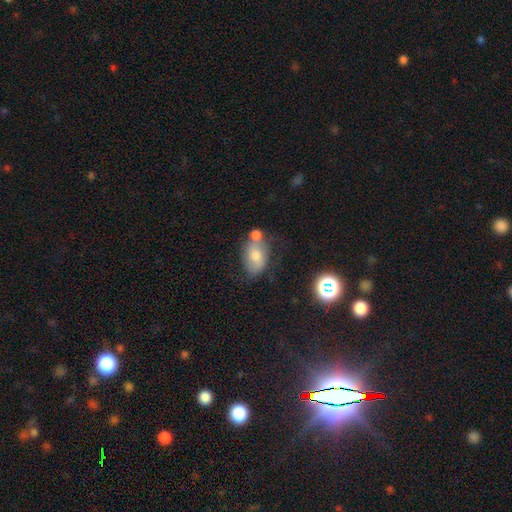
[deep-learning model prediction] Smooth or featured: smooth — 62% (featured or disk — 25%)
How rounded: in between — 80% (round — 18%)
Merging: none — 44% (merger — 29%)